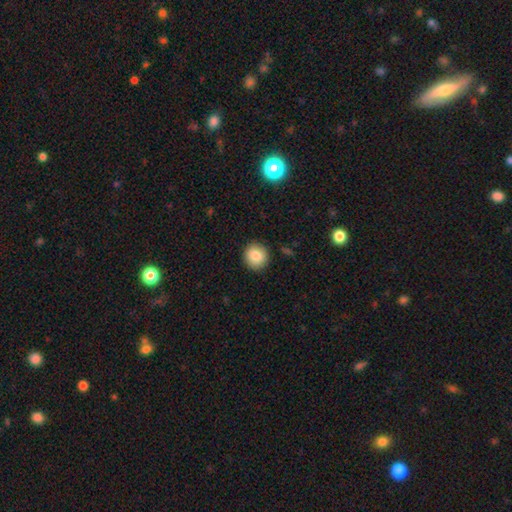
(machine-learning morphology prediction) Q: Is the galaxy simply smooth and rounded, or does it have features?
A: smooth — 84%.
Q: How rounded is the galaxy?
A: round — 89%.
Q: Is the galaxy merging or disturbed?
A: none — 91%.